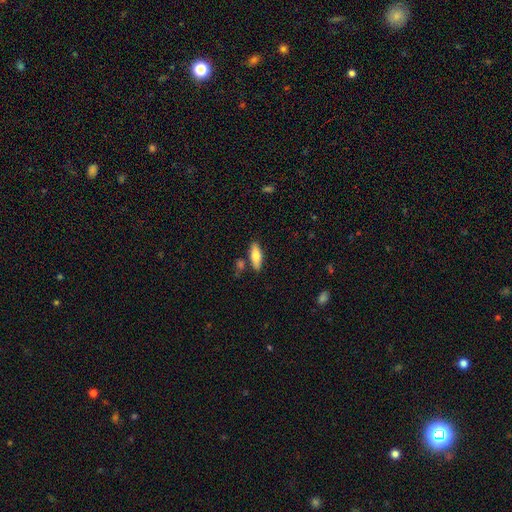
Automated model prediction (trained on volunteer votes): smooth 73%, featured or disk 21%, star or artifact 6%. Down the decision tree: how rounded — in between (64%); merging — none (79%).